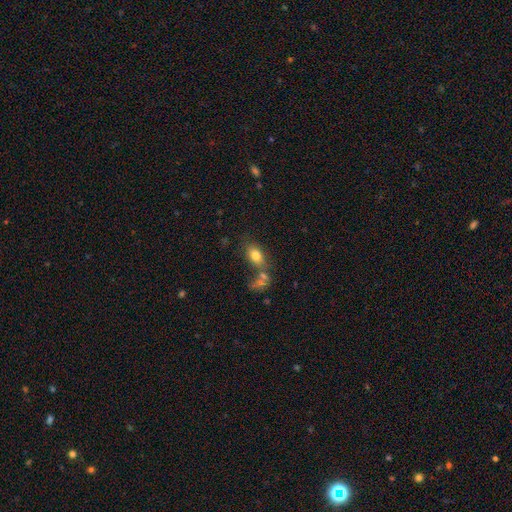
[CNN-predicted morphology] smooth_or_featured: smooth (p=0.77) [alt: featured or disk p=0.14]
how_rounded: in between (p=0.84) [alt: round p=0.13]
merging: none (p=0.57) [alt: merger p=0.22]